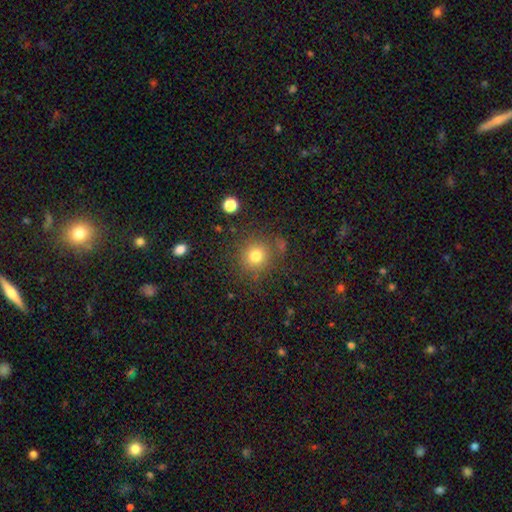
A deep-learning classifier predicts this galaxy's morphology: This is likely a smooth galaxy (78%). How rounded: clearly round (91%). Merging: clearly none (82%).